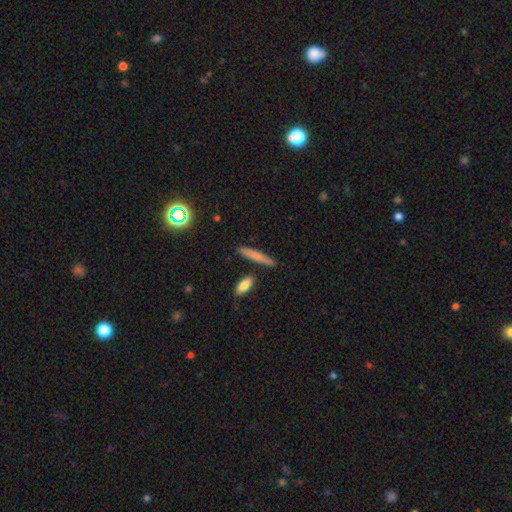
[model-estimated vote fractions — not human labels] A smooth galaxy with no disk features (72%) that is cigar-shaped (90%). Merging: none (82%).